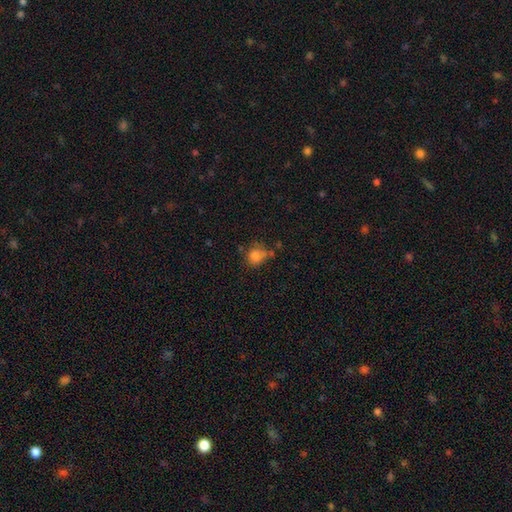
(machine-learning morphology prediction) Smooth or featured? smooth (80%)
How rounded? round (75%)
Merging? none (53%)